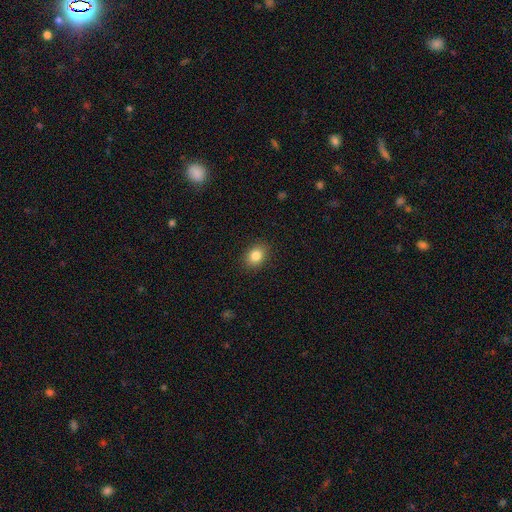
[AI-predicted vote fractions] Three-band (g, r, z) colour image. It shows a smooth galaxy with no disk features (84%) that is in between round and cigar-shaped (60%). Merging: none (89%).